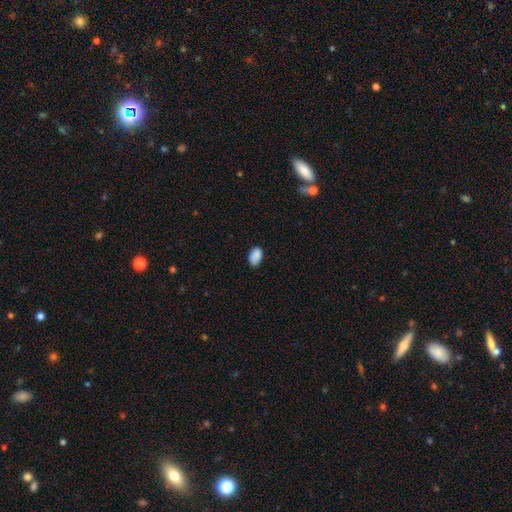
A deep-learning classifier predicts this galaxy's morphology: smooth_or_featured: smooth (p=0.89) [alt: star or artifact p=0.08]
how_rounded: in between (p=0.92) [alt: round p=0.06]
merging: none (p=0.81) [alt: minor disturbance p=0.15]